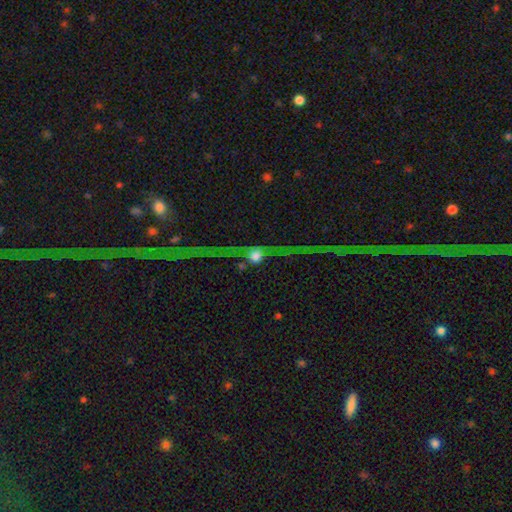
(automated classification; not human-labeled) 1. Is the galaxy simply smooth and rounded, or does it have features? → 58% featured or disk, 21% star or artifact, 21% smooth.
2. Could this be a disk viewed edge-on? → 81% yes, 19% no.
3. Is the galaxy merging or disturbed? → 72% none, 12% minor disturbance, 10% major disturbance, 6% merger.